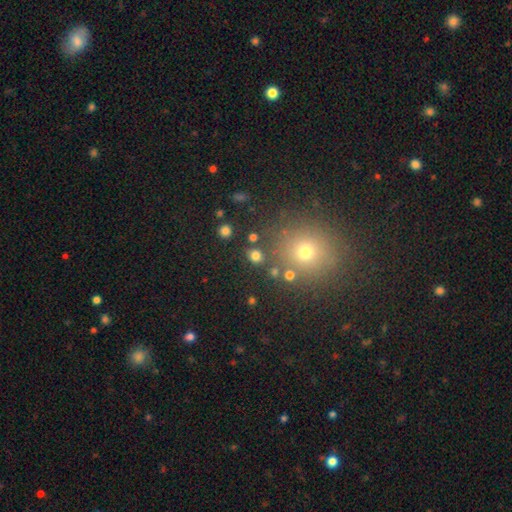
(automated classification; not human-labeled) The model was most divided on "how rounded": round: 76%, in between: 22%, cigar-shaped: 1%. More confident: merging — none (81%); smooth or featured — smooth (75%).